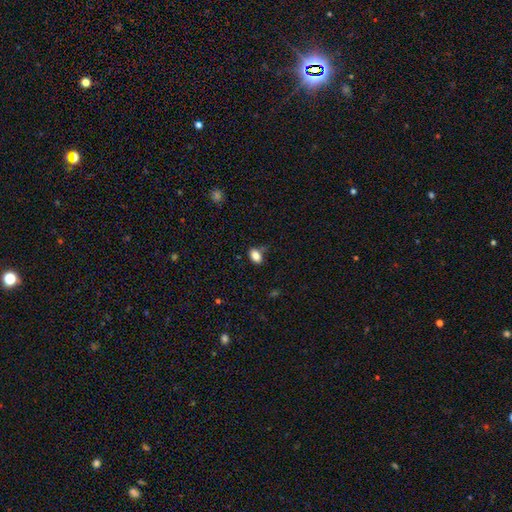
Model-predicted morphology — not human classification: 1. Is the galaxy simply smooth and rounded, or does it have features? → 84% smooth, 10% star or artifact, 6% featured or disk.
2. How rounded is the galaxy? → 85% in between, 14% round, 2% cigar-shaped.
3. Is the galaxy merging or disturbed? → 71% none, 19% minor disturbance, 5% merger, 5% major disturbance.